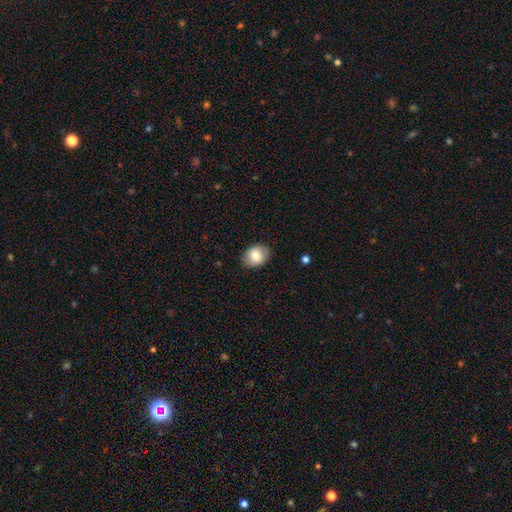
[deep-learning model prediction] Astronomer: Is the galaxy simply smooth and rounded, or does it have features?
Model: smooth — 80%.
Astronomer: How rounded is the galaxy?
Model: in between — 67%.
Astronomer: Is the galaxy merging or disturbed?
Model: none — 86%.